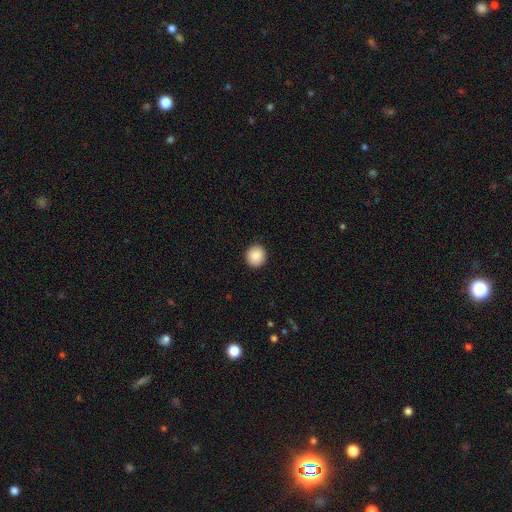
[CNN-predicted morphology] This appears to be a smooth galaxy with no disk features (88%) that is round (93%). Merging: none (92%).